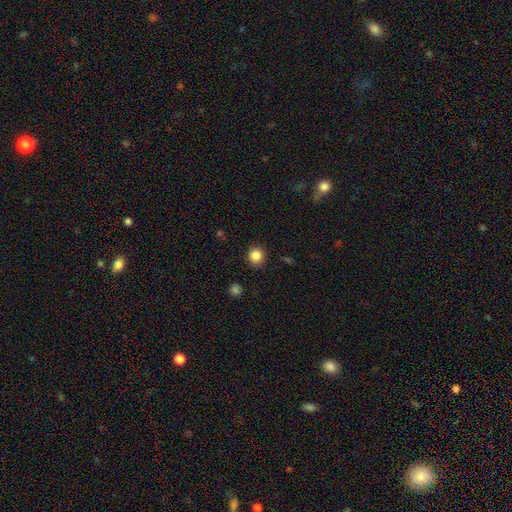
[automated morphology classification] A smooth galaxy with no disk features (85%) that is round (91%).

Vote fractions:
- Smooth or featured? smooth: 85% / star or artifact: 11% / featured or disk: 4%
- How rounded? round: 91% / in between: 8% / cigar-shaped: 1%
- Merging? none: 90% / minor disturbance: 7% / major disturbance: 2% / merger: 1%